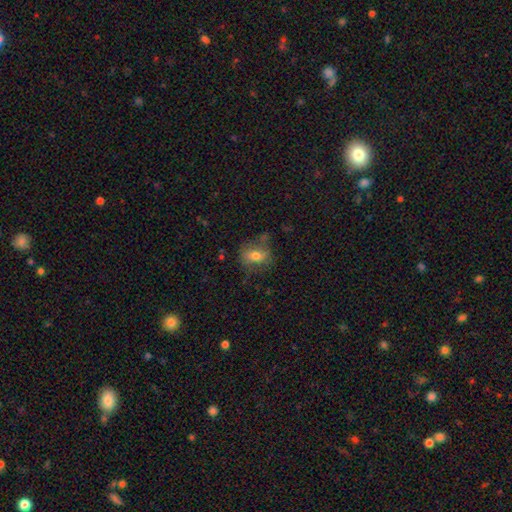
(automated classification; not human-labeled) This is likely a smooth galaxy (64%). How rounded: likely in between (62%). Merging: likely none (64%).